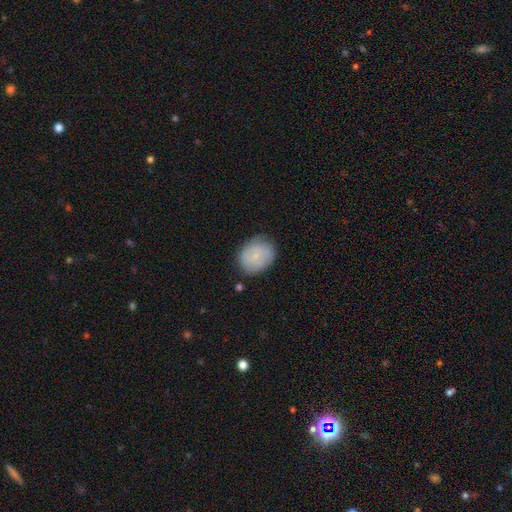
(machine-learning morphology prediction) This is likely a smooth galaxy (73%). How rounded: possibly round (53%). Merging: likely none (75%).